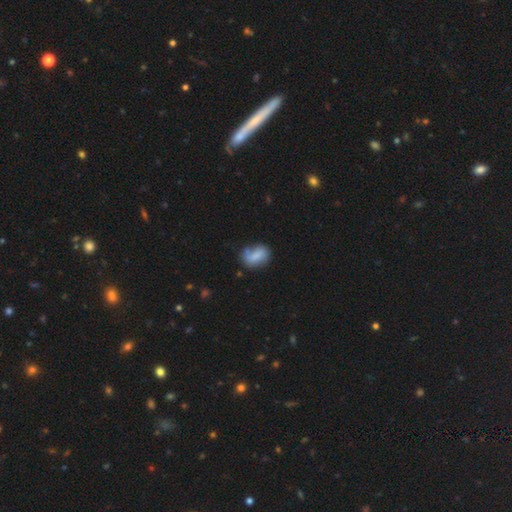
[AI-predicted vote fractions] smooth_or_featured: smooth (p=0.70) [alt: featured or disk p=0.22]
how_rounded: in between (p=0.76) [alt: round p=0.21]
merging: none (p=0.51) [alt: minor disturbance p=0.27]